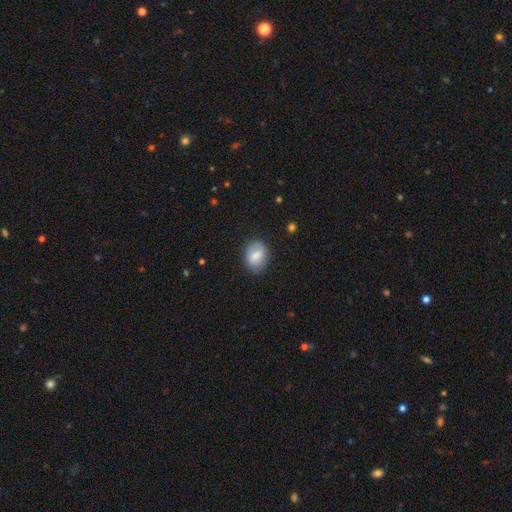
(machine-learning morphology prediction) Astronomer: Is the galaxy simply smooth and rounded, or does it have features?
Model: smooth — 79%.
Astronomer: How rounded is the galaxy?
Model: in between — 70%.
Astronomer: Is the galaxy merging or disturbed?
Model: none — 80%.